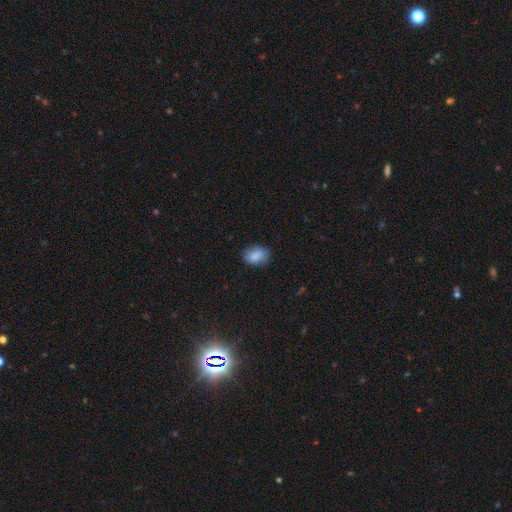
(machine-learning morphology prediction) smooth 85%, star or artifact 8%, featured or disk 7%. Down the decision tree: how rounded — in between (69%); merging — none (79%).